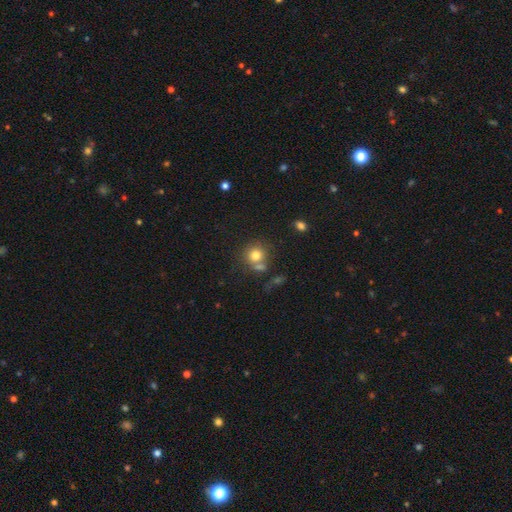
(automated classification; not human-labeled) Smooth or featured: smooth — 77% (star or artifact — 12%)
How rounded: round — 86% (in between — 13%)
Merging: none — 60% (merger — 22%)